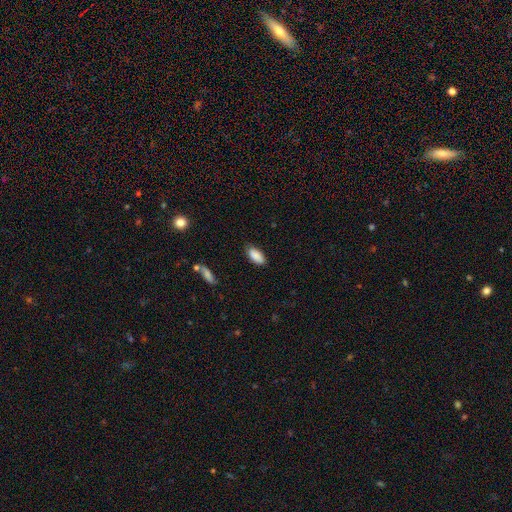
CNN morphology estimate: This appears to be a smooth galaxy with no disk features (88%) that is in between round and cigar-shaped (91%). Merging: none (80%).